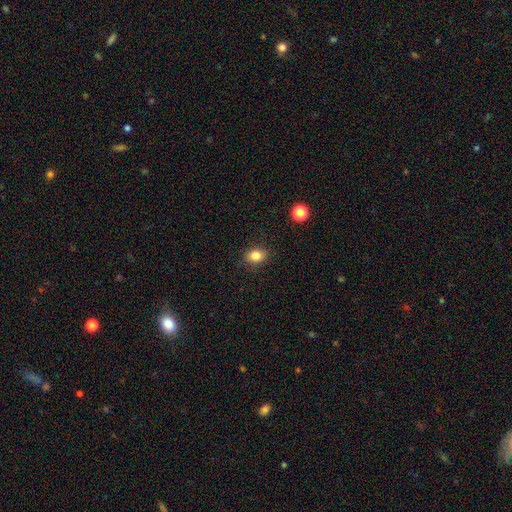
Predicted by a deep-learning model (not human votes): Q: Smooth or featured?
A: smooth (83%); runner-up: star or artifact (11%)
Q: How rounded?
A: in between (64%); runner-up: round (35%)
Q: Merging?
A: none (86%); runner-up: minor disturbance (10%)